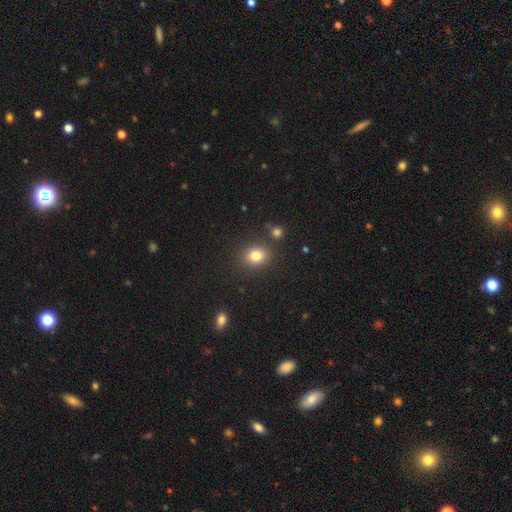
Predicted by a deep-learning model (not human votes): A smooth galaxy with no disk features (80%) that is round (64%). Merging: none (82%).